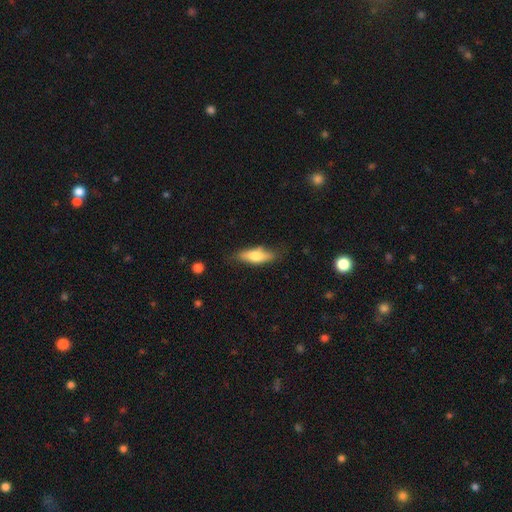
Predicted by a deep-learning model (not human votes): Smooth or featured? Predicted: smooth (p=0.68). How rounded? Predicted: in between (p=0.56). Merging? Predicted: none (p=0.74).